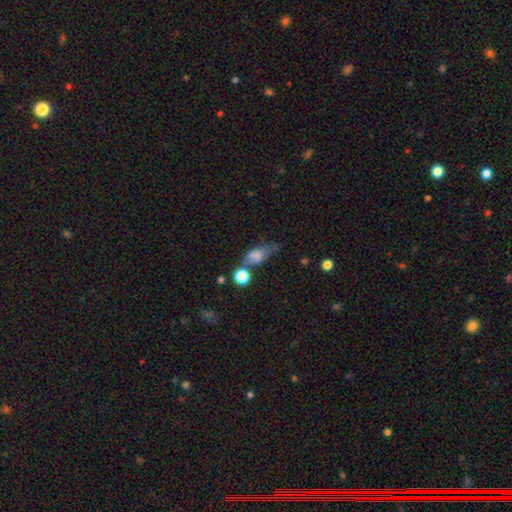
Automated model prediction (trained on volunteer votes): smooth-or-featured: smooth: 65% | featured or disk: 22% | star or artifact: 13%
  how-rounded: in between: 66% | round: 20% | cigar-shaped: 14%
  merging: none: 29% | minor disturbance: 25% | merger: 23% | major disturbance: 23%